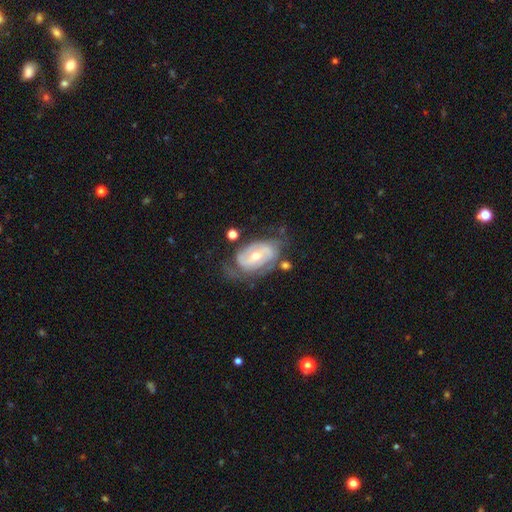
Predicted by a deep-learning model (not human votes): Smooth or featured? featured or disk (81%)
Edge-on disk? no (95%)
Bar? no (42%)
Spiral arms? yes (87%)
Spiral winding? tight (53%)
Spiral arm count? 2 (57%)
Bulge size? moderate (55%)
Merging? none (55%)